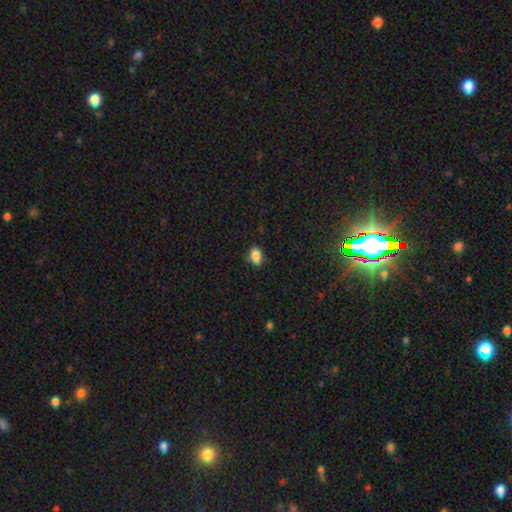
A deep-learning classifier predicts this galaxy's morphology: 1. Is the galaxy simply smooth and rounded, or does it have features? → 86% smooth, 9% star or artifact, 5% featured or disk.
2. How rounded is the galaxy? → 87% in between, 11% round, 2% cigar-shaped.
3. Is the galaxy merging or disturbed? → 84% none, 13% minor disturbance, 2% major disturbance, 1% merger.